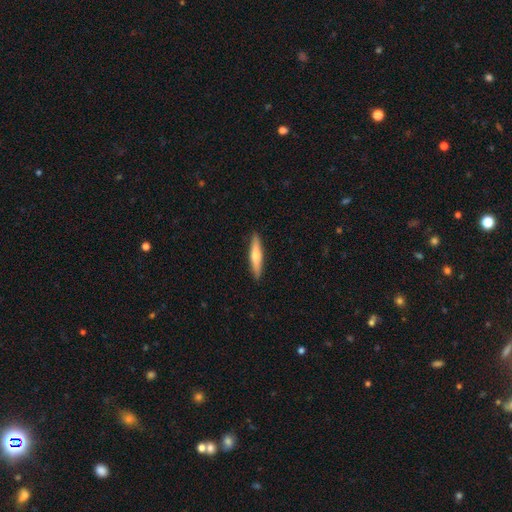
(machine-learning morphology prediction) This appears to be a smooth galaxy with no disk features (57%) that is cigar-shaped (88%). Merging: none (91%).